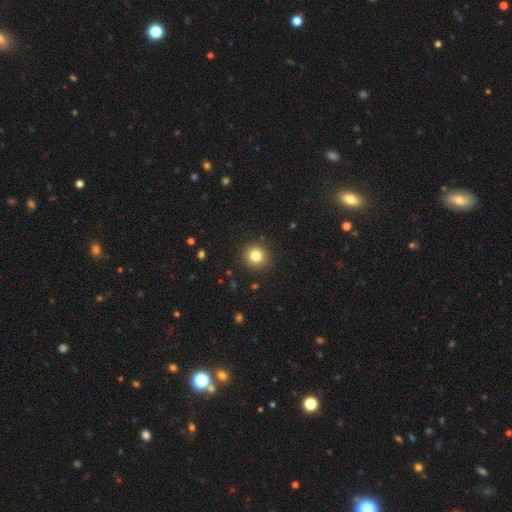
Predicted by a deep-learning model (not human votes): smooth-or-featured: smooth: 82% | star or artifact: 11% | featured or disk: 7%
  how-rounded: round: 94% | in between: 6% | cigar-shaped: 1%
  merging: none: 91% | minor disturbance: 6% | major disturbance: 2% | merger: 1%